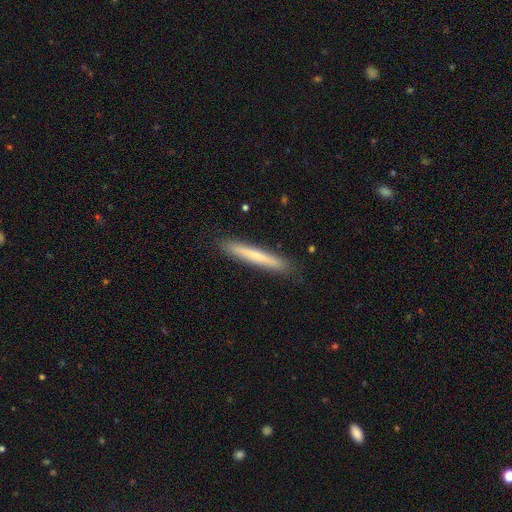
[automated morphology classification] The model was most divided on "smooth or featured": smooth: 67%, featured or disk: 28%, star or artifact: 6%. More confident: how rounded — cigar-shaped (96%); merging — none (90%).